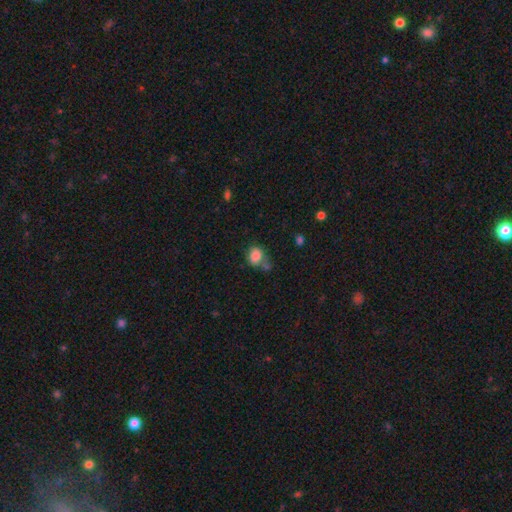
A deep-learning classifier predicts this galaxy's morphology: The model was most divided on "how rounded": round: 50%, in between: 49%, cigar-shaped: 1%. Remaining: smooth or featured — smooth (83%); merging — none (45%).